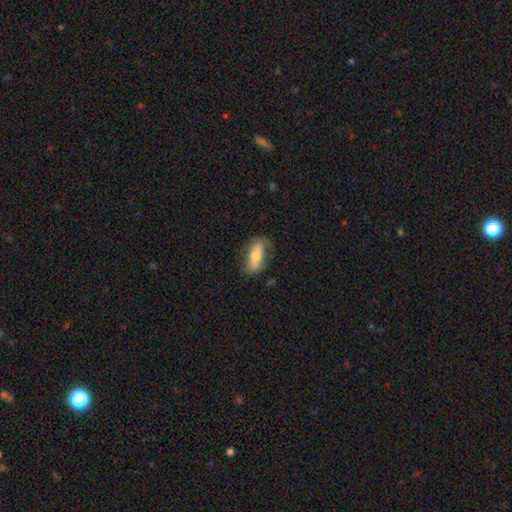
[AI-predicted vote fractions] Smooth or featured: smooth — 58% (featured or disk — 35%)
How rounded: in between — 74% (cigar-shaped — 22%)
Merging: none — 66% (minor disturbance — 22%)